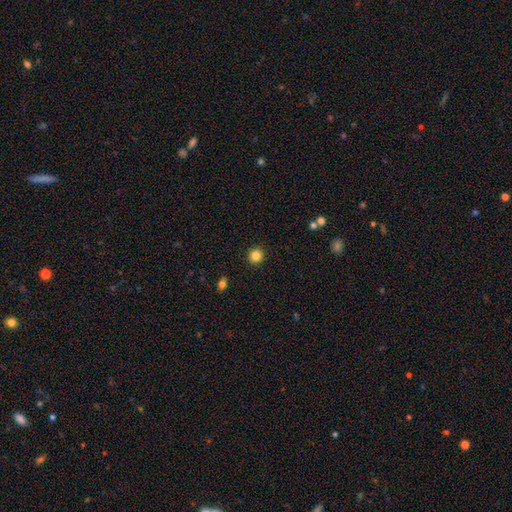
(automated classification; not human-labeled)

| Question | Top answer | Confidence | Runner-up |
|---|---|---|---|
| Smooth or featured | smooth | 85% | star or artifact (11%) |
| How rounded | round | 93% | in between (6%) |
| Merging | none | 93% | minor disturbance (5%) |